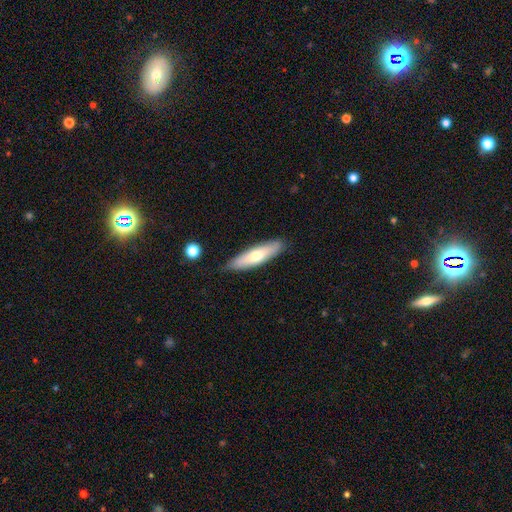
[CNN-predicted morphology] This is likely a smooth galaxy (61%). How rounded: likely cigar-shaped (65%). Merging: clearly none (83%).